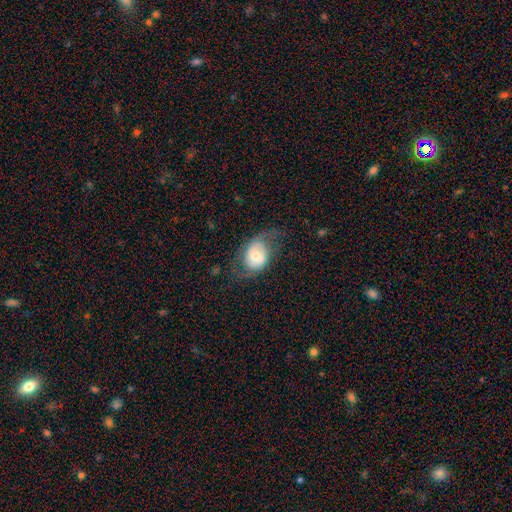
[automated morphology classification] Smooth or featured? featured or disk (52%)
Edge-on disk? no (94%)
Merging? none (56%)